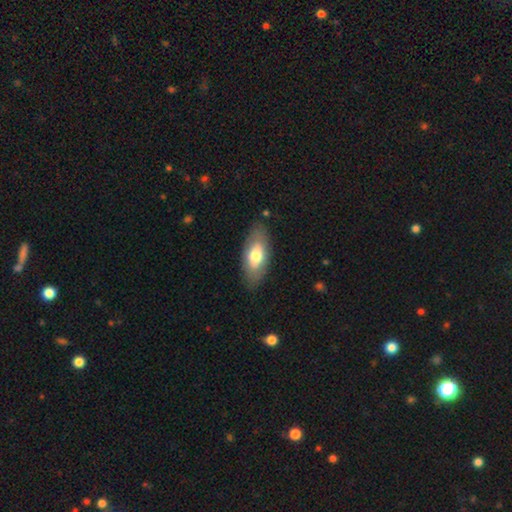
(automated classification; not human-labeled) Overall: smooth (66%; featured or disk 28%). How rounded: in between (86%). Merging: none (83%).